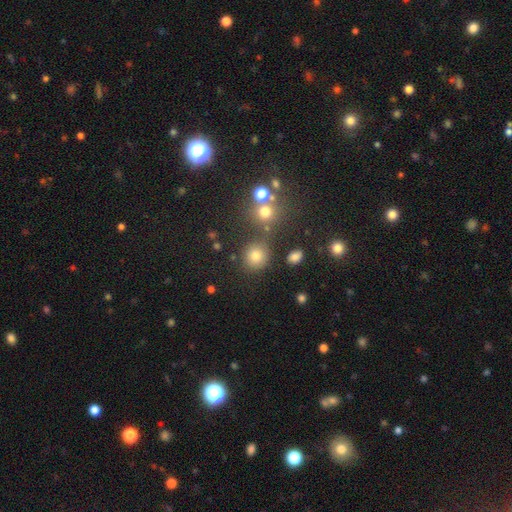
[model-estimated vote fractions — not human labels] Smooth or featured?
  - smooth: 72% *
  - star or artifact: 21%
  - featured or disk: 8%
How rounded?
  - round: 88% *
  - in between: 10%
  - cigar-shaped: 1%
Merging?
  - none: 78% *
  - minor disturbance: 9%
  - merger: 8%
  - major disturbance: 4%